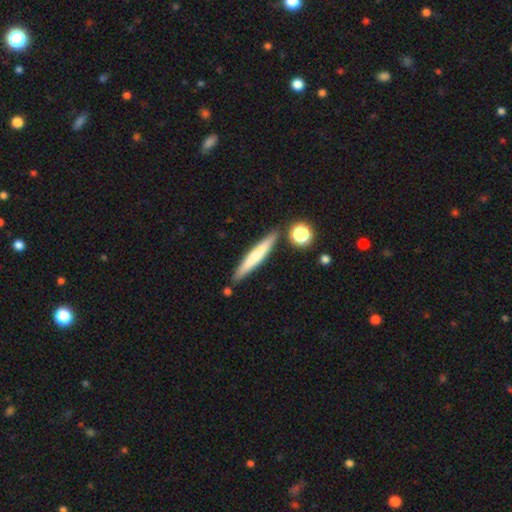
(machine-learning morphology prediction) type=smooth (57%); roundness=cigar-shaped (93%); merging=none (84%).